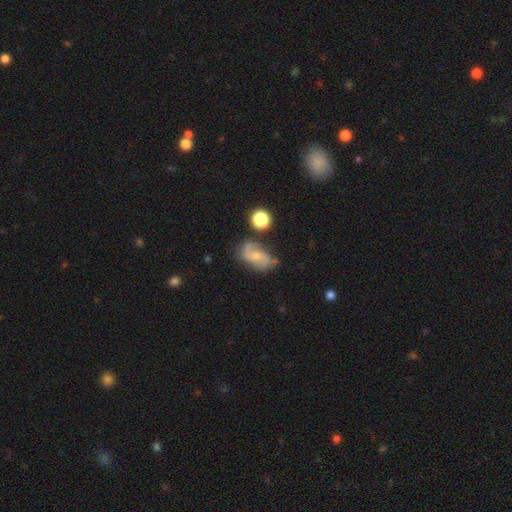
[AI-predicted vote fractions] Morphology: type=featured or disk (57%); edge-on=no (95%); bar=no (54%); spiral arms=yes (85%); bulge=small (53%); merging=none (56%).